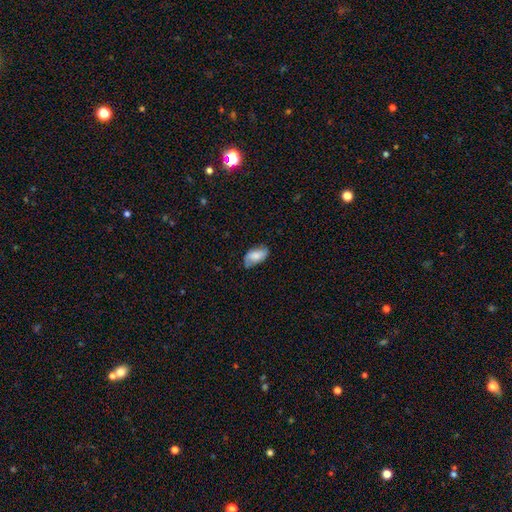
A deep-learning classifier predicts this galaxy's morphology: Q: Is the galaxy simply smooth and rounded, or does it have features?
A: smooth — 67%.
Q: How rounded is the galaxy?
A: in between — 94%.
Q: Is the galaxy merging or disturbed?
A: none — 69%.